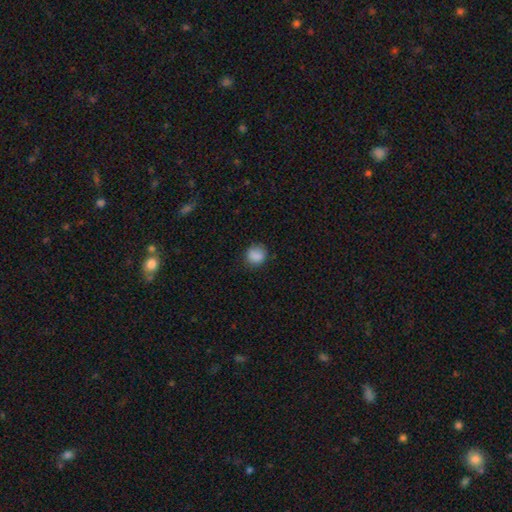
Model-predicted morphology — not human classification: A smooth galaxy with no disk features (85%) that is round (73%). Merging: none (76%).